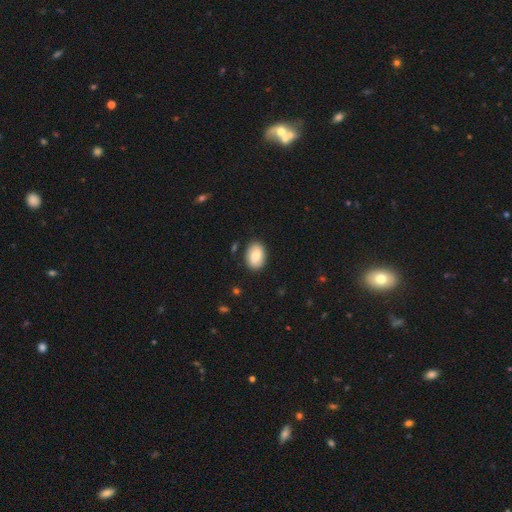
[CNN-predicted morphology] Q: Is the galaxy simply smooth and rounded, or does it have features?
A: smooth — 86%.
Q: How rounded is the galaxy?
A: in between — 86%.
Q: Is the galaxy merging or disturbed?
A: none — 87%.